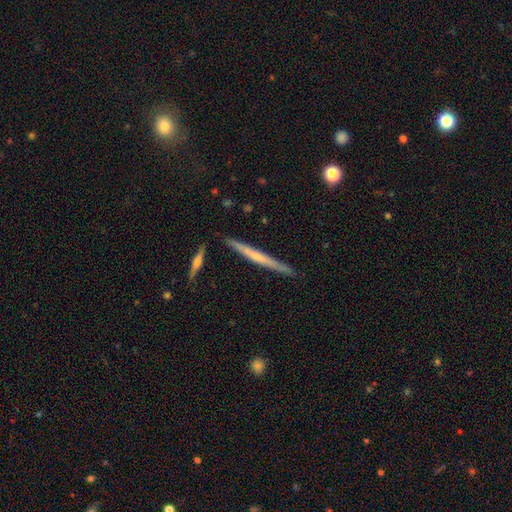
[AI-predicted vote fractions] smooth_or_featured: featured or disk (p=0.55) [alt: smooth p=0.40]
disk_edge_on: yes (p=0.97) [alt: no p=0.03]
edge_on_bulge: none (p=0.60) [alt: rounded p=0.33]
merging: none (p=0.87) [alt: minor disturbance p=0.09]